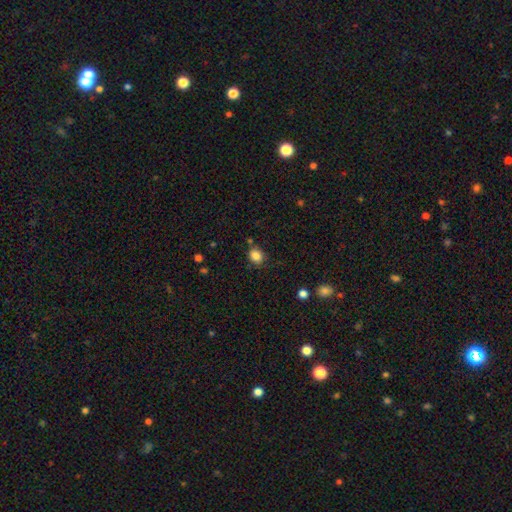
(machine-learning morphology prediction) type=smooth (85%); roundness=round (65%); merging=none (75%).